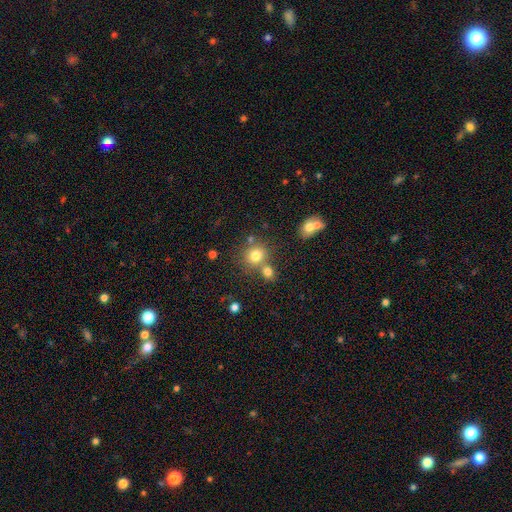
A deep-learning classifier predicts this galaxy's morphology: Overall: smooth (76%). How rounded: round (83%). Merging: none (59%; merger 27%).